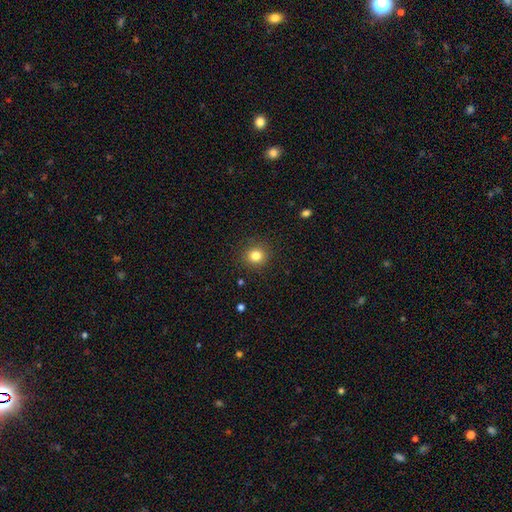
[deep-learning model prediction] Overall: smooth (82%). How rounded: round (91%). Merging: none (90%).